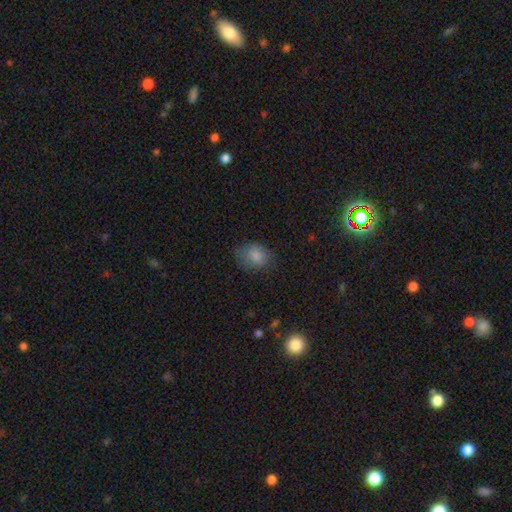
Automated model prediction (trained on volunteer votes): Smooth or featured? Predicted: smooth (p=0.82). How rounded? Predicted: in between (p=0.59). Merging? Predicted: none (p=0.65).